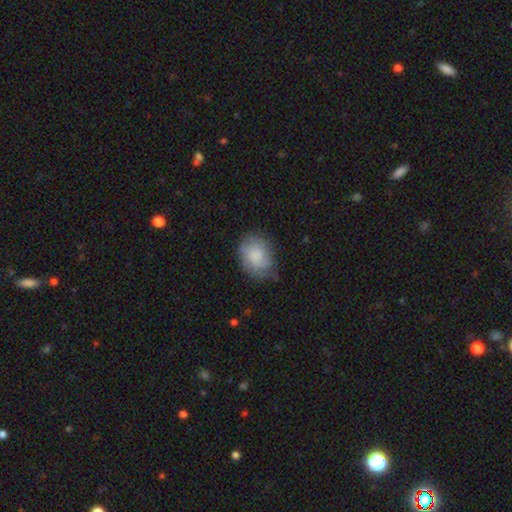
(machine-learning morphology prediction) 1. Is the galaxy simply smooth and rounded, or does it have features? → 65% smooth, 27% featured or disk, 8% star or artifact.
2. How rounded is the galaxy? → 65% in between, 34% round, 1% cigar-shaped.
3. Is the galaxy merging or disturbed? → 56% none, 30% minor disturbance, 12% major disturbance, 2% merger.